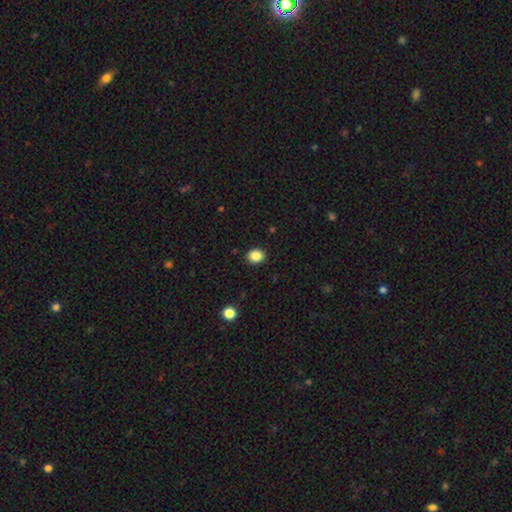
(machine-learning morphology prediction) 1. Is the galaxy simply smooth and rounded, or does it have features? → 86% smooth, 10% star or artifact, 4% featured or disk.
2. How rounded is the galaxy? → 64% round, 36% in between, 1% cigar-shaped.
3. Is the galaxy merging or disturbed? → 90% none, 7% minor disturbance, 2% major disturbance, 1% merger.